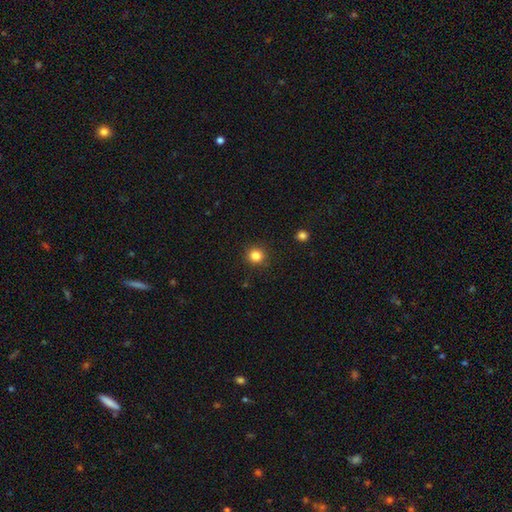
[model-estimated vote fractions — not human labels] A smooth galaxy with no disk features (84%) that is round (94%). Merging: none (91%).